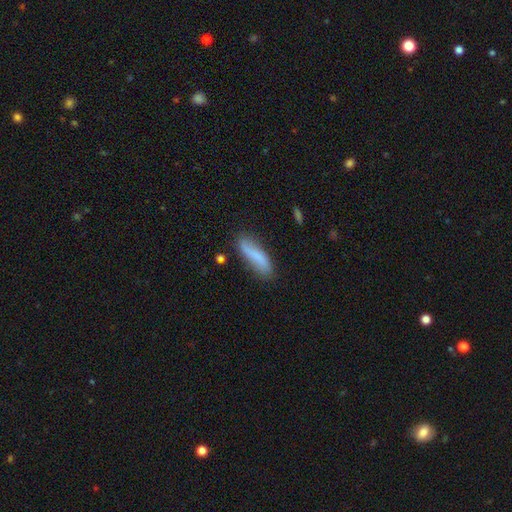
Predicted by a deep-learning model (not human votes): smooth-or-featured: smooth: 71% | featured or disk: 22% | star or artifact: 7%
  how-rounded: cigar-shaped: 61% | in between: 37% | round: 2%
  merging: none: 70% | minor disturbance: 21% | major disturbance: 5% | merger: 3%